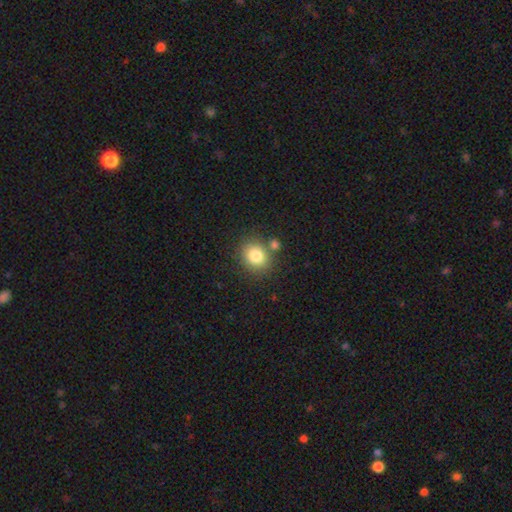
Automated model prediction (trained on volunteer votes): The model was most divided on "how rounded": round: 72%, in between: 28%, cigar-shaped: 1%. More confident: smooth or featured — smooth (82%); merging — none (75%).